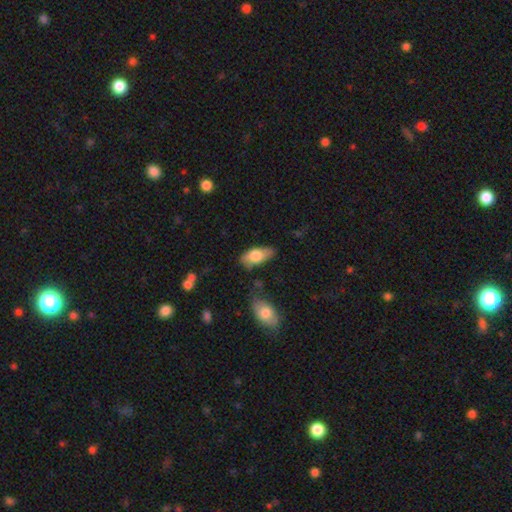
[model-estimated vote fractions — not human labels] Morphology: type=smooth (72%); roundness=in between (86%); merging=none (70%).